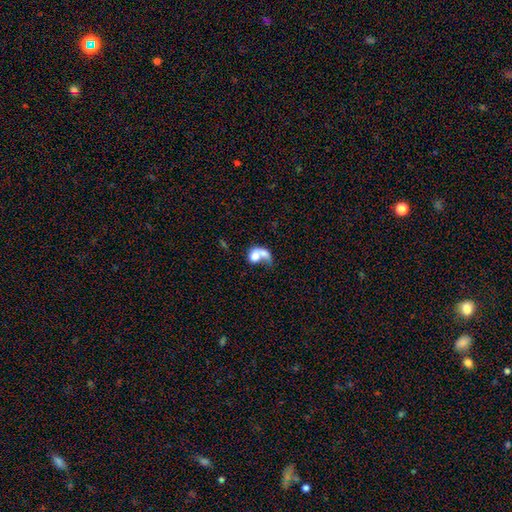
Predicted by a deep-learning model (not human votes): Smooth or featured? smooth (56%)
How rounded? in between (61%)
Merging? merger (52%)